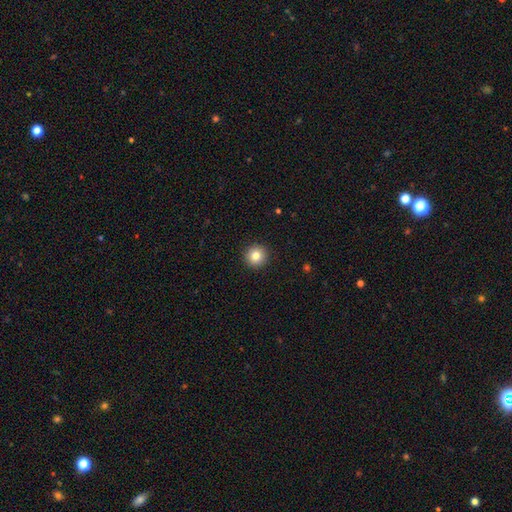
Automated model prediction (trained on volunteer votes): Smooth or featured? Predicted: smooth (p=0.83). How rounded? Predicted: round (p=0.96). Merging? Predicted: none (p=0.93).